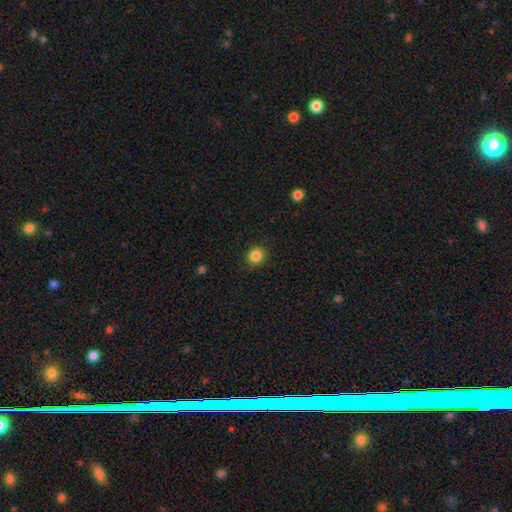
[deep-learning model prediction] Smooth or featured: smooth — 86% (star or artifact — 11%)
How rounded: round — 85% (in between — 14%)
Merging: none — 89% (minor disturbance — 8%)